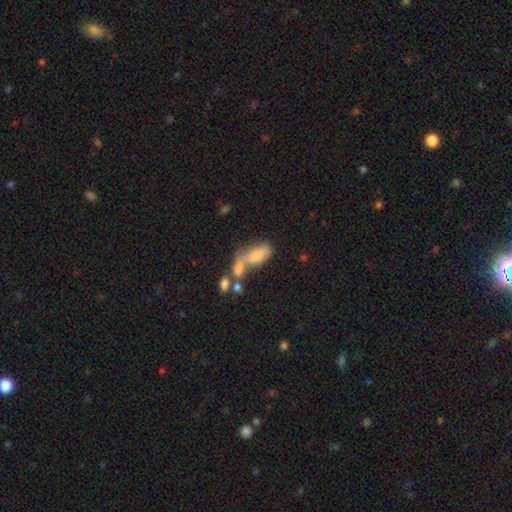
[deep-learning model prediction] Smooth or featured?
  - smooth: 61% *
  - featured or disk: 28%
  - star or artifact: 11%
How rounded?
  - in between: 81% *
  - cigar-shaped: 14%
  - round: 5%
Merging?
  - merger: 50% *
  - none: 24%
  - minor disturbance: 13%
  - major disturbance: 13%